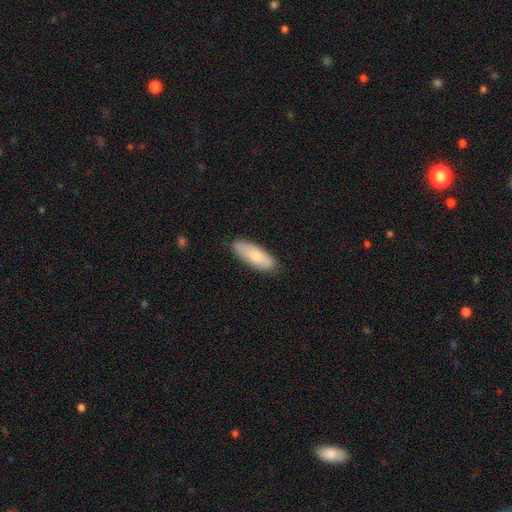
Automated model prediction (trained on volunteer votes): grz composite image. It shows a smooth galaxy with no disk features (78%) that is in between round and cigar-shaped (69%). Merging: none (83%).